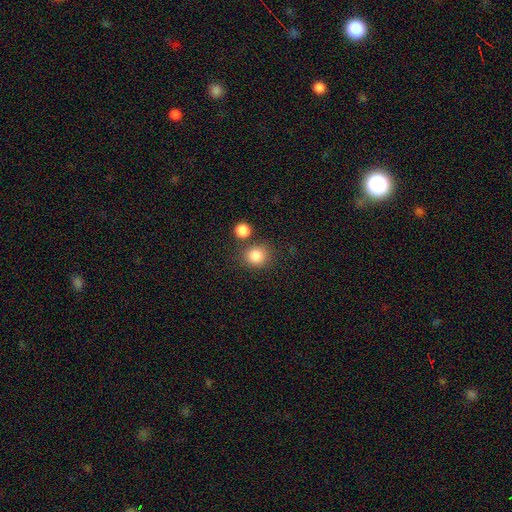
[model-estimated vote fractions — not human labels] The model was most divided on "merging": none: 71%, merger: 15%, minor disturbance: 10%, major disturbance: 4%. More confident: smooth or featured — smooth (85%); how rounded — round (84%).